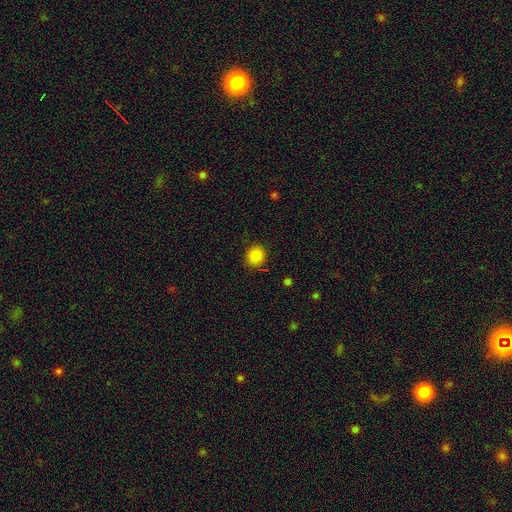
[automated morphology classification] Smooth or featured?
  - smooth: 86% *
  - star or artifact: 10%
  - featured or disk: 3%
How rounded?
  - round: 82% *
  - in between: 17%
  - cigar-shaped: 1%
Merging?
  - none: 87% *
  - minor disturbance: 9%
  - major disturbance: 3%
  - merger: 1%